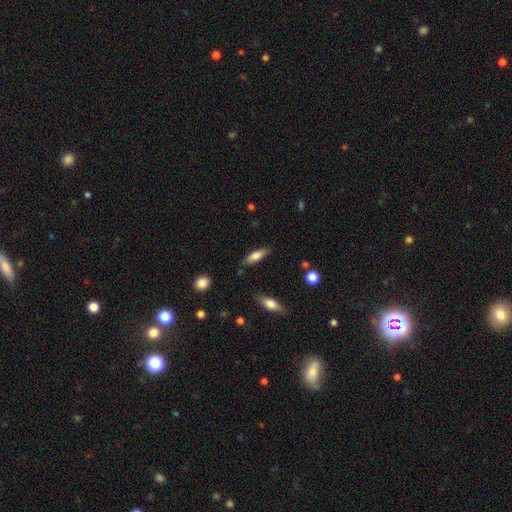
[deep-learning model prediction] Smooth or featured? smooth (70%)
How rounded? in between (53%)
Merging? none (80%)